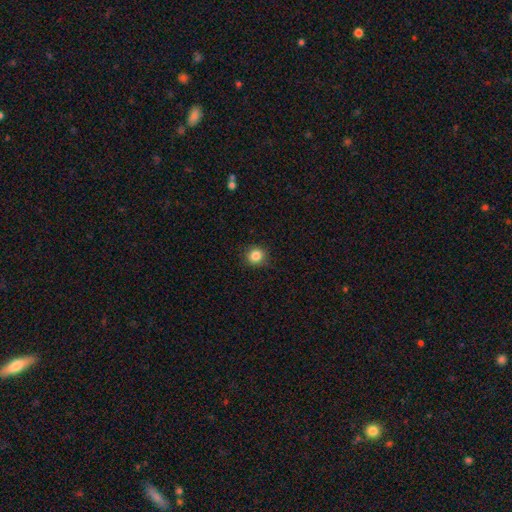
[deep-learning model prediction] Smooth or featured: smooth — 85% (star or artifact — 11%)
How rounded: round — 90% (in between — 10%)
Merging: none — 89% (minor disturbance — 8%)